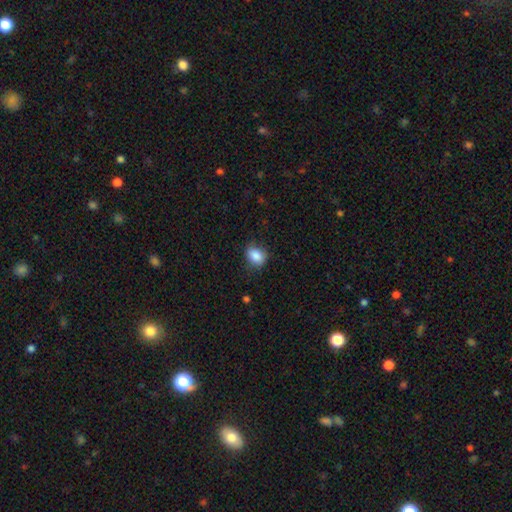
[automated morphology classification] A smooth galaxy with no disk features (86%) that is in between round and cigar-shaped (56%).

Vote fractions:
- Smooth or featured? smooth: 86% / star or artifact: 9% / featured or disk: 5%
- How rounded? in between: 56% / round: 43% / cigar-shaped: 1%
- Merging? none: 75% / minor disturbance: 19% / major disturbance: 4% / merger: 1%